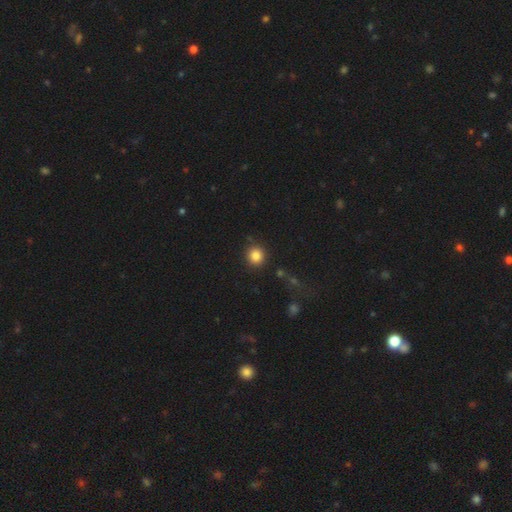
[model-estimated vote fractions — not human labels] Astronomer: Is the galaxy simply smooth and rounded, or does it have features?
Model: smooth — 84%.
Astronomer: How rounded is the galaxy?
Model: round — 93%.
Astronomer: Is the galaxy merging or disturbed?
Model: none — 87%.